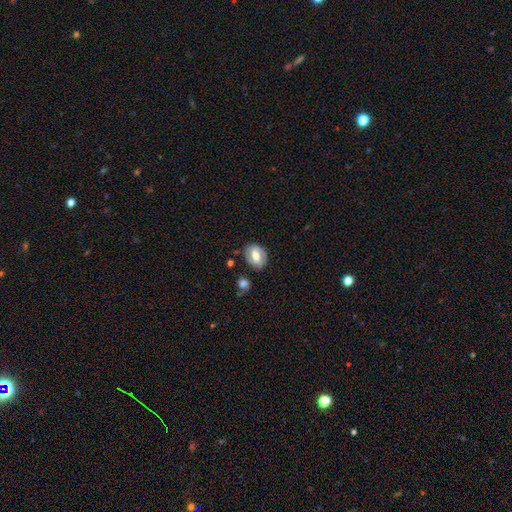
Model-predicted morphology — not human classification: Smooth or featured: smooth — 48% (featured or disk — 45%)
Merging: none — 78% (minor disturbance — 15%)